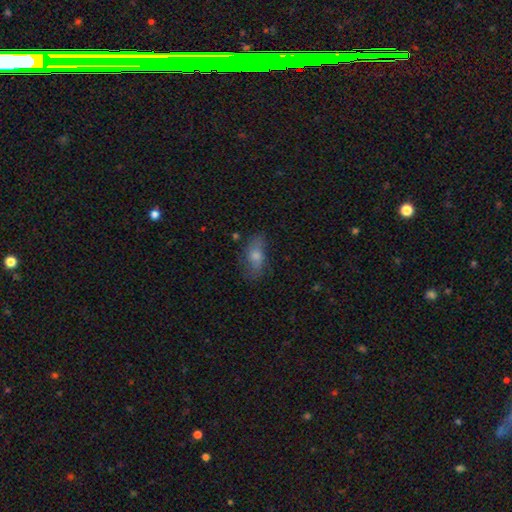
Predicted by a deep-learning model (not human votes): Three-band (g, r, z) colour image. It shows a smooth galaxy with no disk features (54%) that is in between round and cigar-shaped (78%). Merging: none (74%).